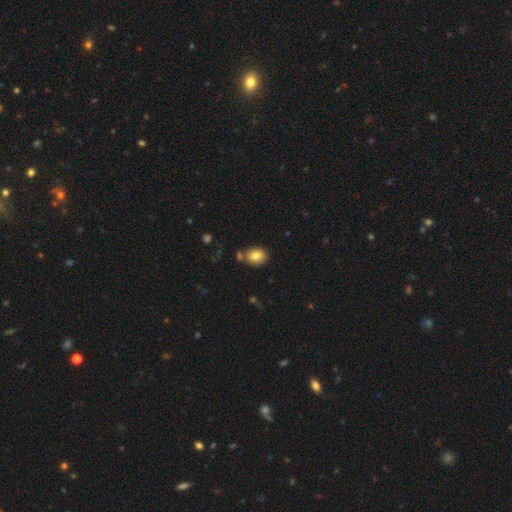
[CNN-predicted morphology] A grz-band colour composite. It shows a smooth galaxy with no disk features (82%) that is in between round and cigar-shaped (55%). Merging: none (73%).